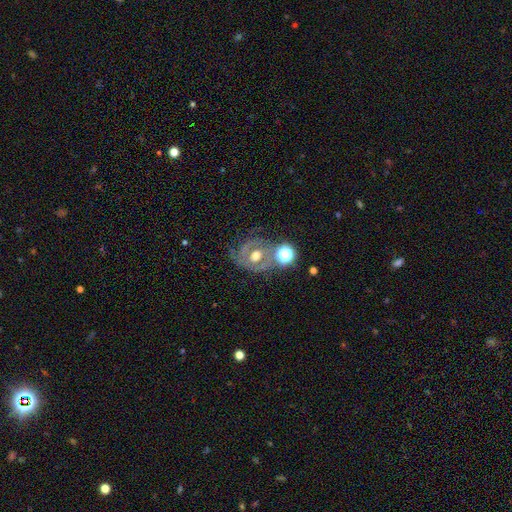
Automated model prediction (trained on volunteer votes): smooth-or-featured: featured or disk: 62% | smooth: 26% | star or artifact: 12%
  disk-edge-on: no: 96% | yes: 4%
    bar: no: 67% | weak: 23% | strong: 9%
    has-spiral-arms: yes: 53% | no: 47%
    bulge-size: moderate: 71% | large: 17% | small: 9% | dominant: 2% | none: 2%
  merging: none: 60% | minor disturbance: 18% | major disturbance: 11% | merger: 10%